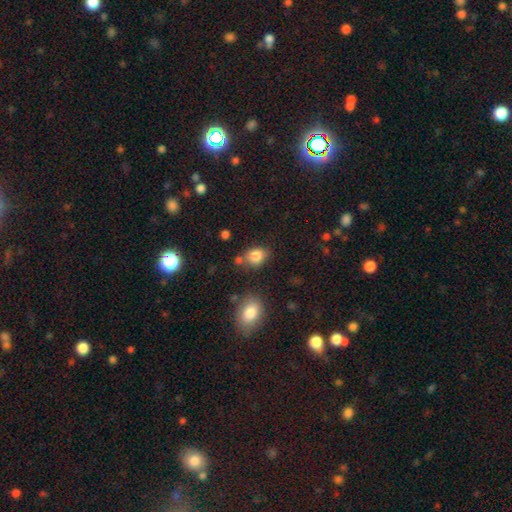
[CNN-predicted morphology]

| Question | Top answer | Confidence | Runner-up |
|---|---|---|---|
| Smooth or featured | smooth | 83% | star or artifact (10%) |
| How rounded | in between | 58% | round (41%) |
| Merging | none | 67% | minor disturbance (18%) |